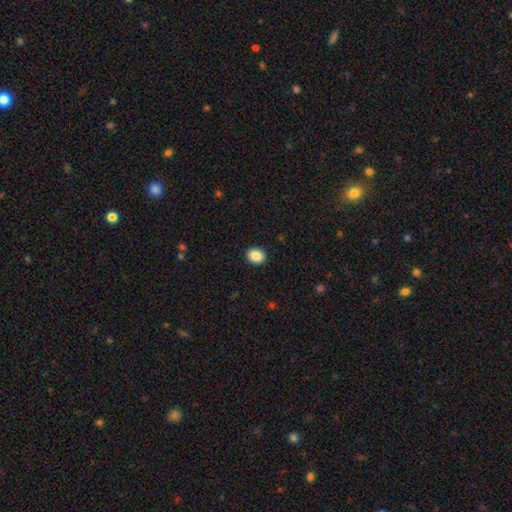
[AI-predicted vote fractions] The model was most divided on "how rounded": round: 63%, in between: 36%, cigar-shaped: 1%. More confident: merging — none (92%); smooth or featured — smooth (87%).